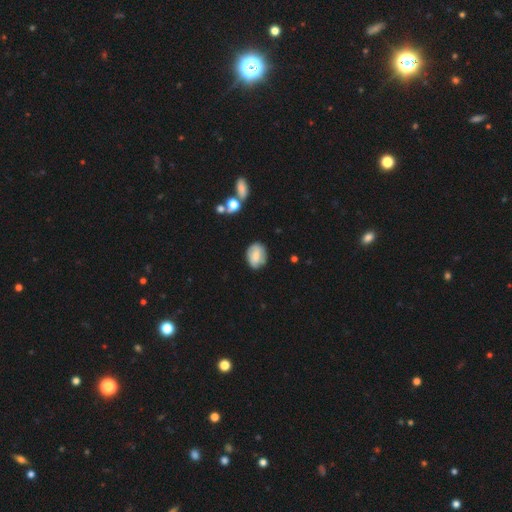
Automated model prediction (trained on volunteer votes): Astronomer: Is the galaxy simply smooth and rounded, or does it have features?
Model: smooth — 69%.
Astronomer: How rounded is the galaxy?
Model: in between — 58% (runner-up: round, 41%).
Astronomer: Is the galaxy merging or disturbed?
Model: none — 76%.